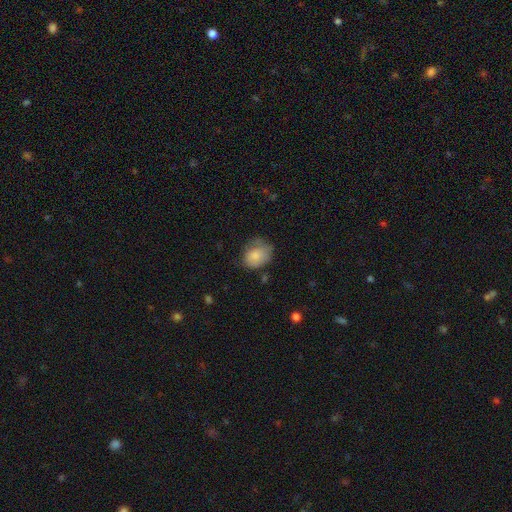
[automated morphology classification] smooth 80%, featured or disk 12%, star or artifact 8%. Down the decision tree: how rounded — in between (57%); merging — none (51%).